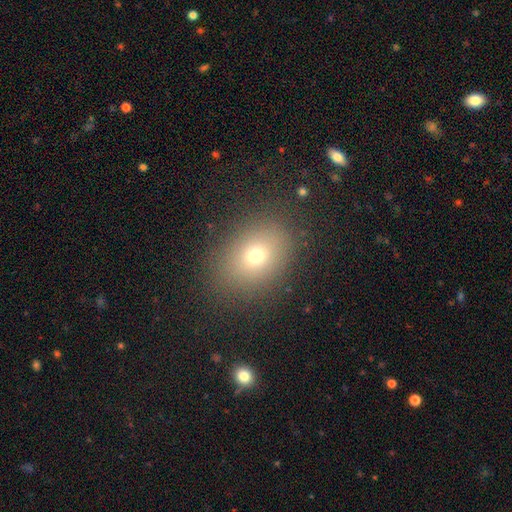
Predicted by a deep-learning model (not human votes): smooth 69%, star or artifact 16%, featured or disk 14%. Down the decision tree: how rounded — in between (64%); merging — none (84%).